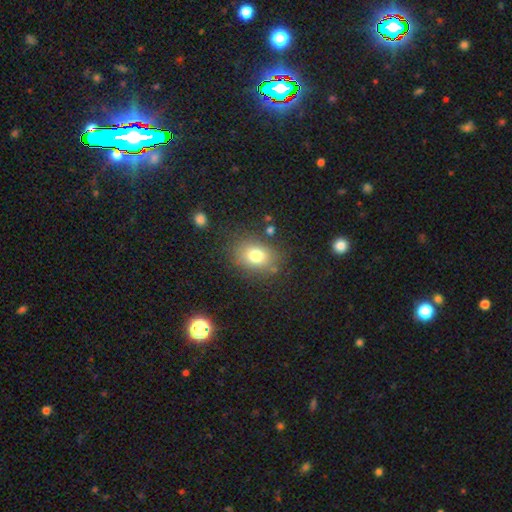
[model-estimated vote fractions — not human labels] Smooth or featured? smooth (77%)
How rounded? in between (62%)
Merging? none (79%)